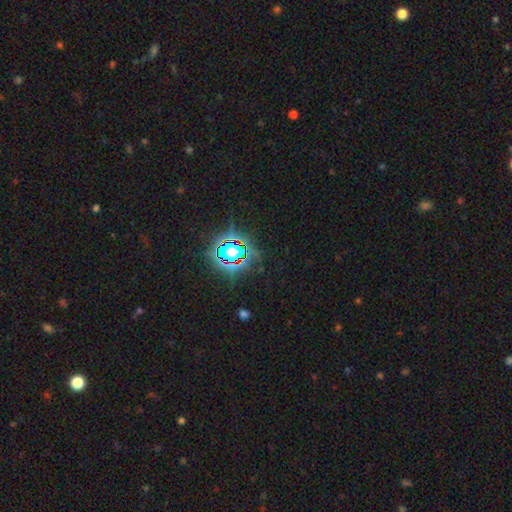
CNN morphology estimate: Smooth or featured? star or artifact (80%)